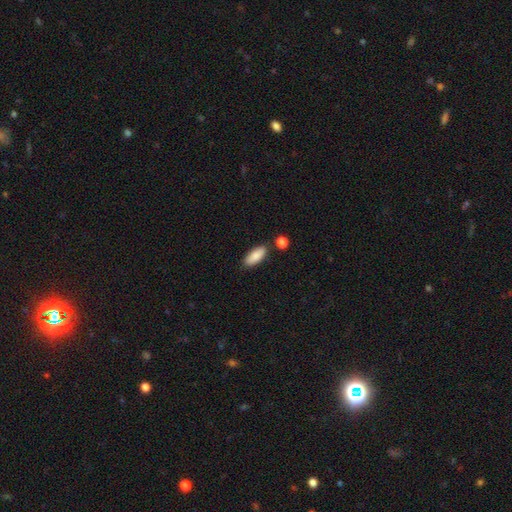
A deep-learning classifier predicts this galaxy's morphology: This appears to be a smooth galaxy with no disk features (86%) that is in between round and cigar-shaped (81%). Merging: none (81%).